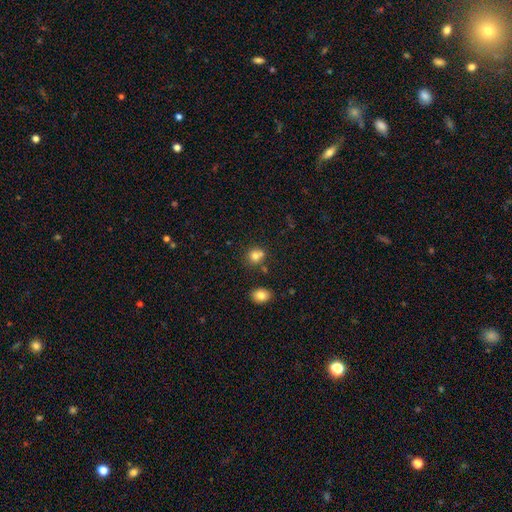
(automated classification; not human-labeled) Smooth or featured?
  - smooth: 77% *
  - star or artifact: 13%
  - featured or disk: 10%
How rounded?
  - round: 76% *
  - in between: 23%
  - cigar-shaped: 1%
Merging?
  - none: 58% *
  - merger: 24%
  - minor disturbance: 13%
  - major disturbance: 4%